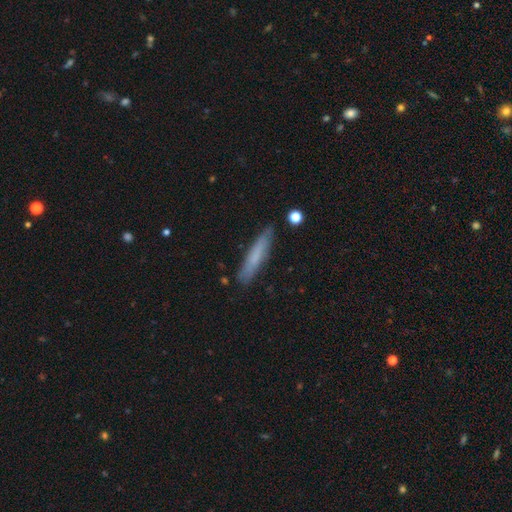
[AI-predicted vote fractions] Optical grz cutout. It shows a smooth galaxy with no disk features (68%) that is cigar-shaped (89%). Merging: none (84%).